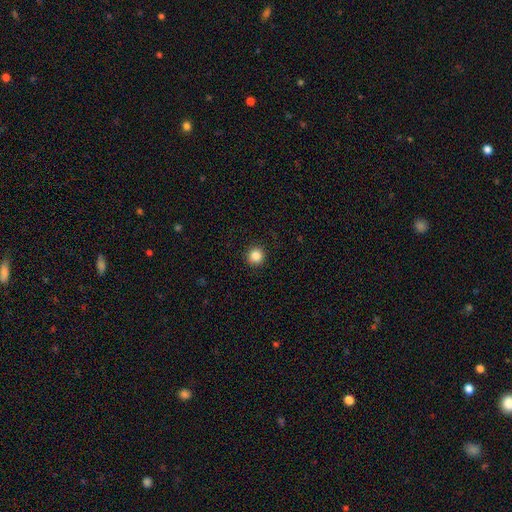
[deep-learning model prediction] smooth_or_featured: smooth (p=0.86) [alt: star or artifact p=0.11]
how_rounded: round (p=0.95) [alt: in between p=0.05]
merging: none (p=0.92) [alt: minor disturbance p=0.05]